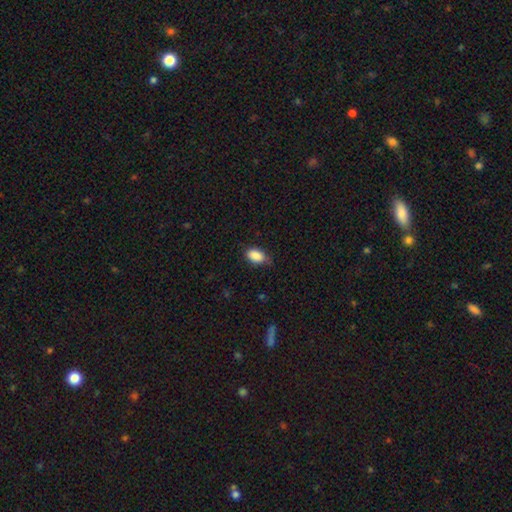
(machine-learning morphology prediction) Smooth or featured: smooth — 89% (star or artifact — 7%)
How rounded: in between — 90% (round — 8%)
Merging: none — 69% (minor disturbance — 26%)